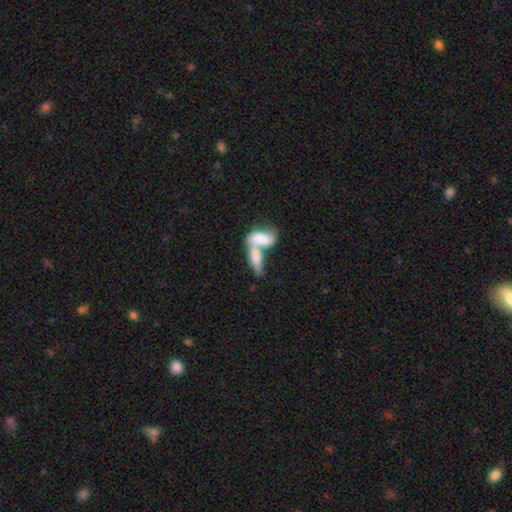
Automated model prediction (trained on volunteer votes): Smooth or featured? Predicted: smooth (p=0.68). How rounded? Predicted: in between (p=0.76). Merging? Predicted: merger (p=0.77).